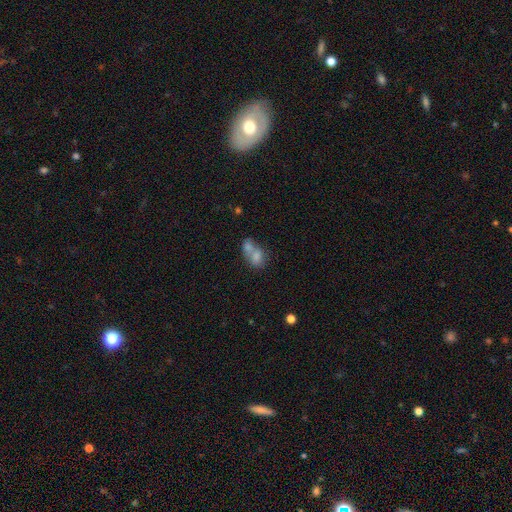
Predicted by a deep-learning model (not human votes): A smooth galaxy with no disk features (74%) that is in between round and cigar-shaped (69%). Merging: merger (71%).